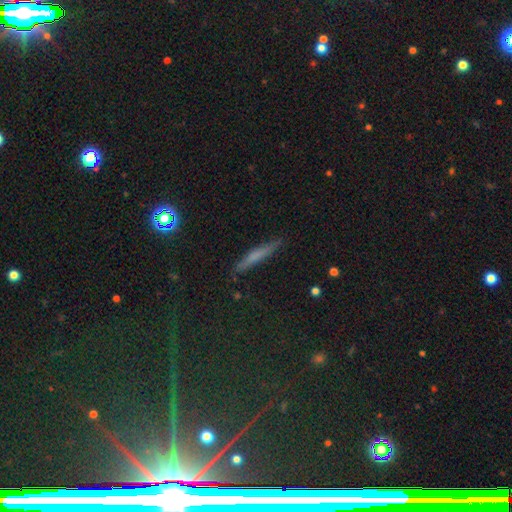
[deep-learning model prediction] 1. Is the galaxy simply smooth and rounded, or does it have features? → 53% smooth, 33% featured or disk, 14% star or artifact.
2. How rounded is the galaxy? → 93% cigar-shaped, 5% in between, 3% round.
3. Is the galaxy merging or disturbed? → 86% none, 10% minor disturbance, 2% major disturbance, 2% merger.